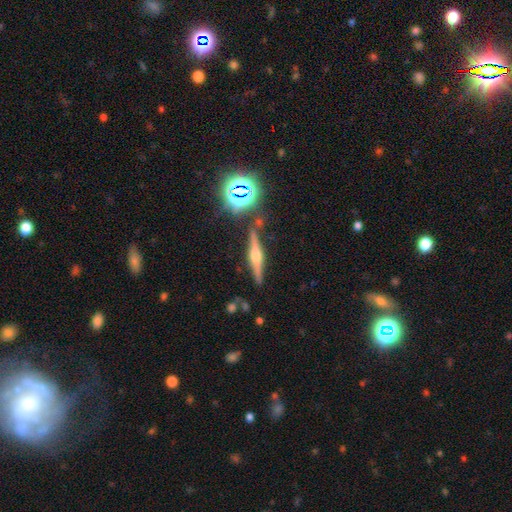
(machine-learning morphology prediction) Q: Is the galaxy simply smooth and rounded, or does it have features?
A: featured or disk — 72%.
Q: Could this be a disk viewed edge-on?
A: yes — 97%.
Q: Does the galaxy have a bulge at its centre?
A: rounded — 93%.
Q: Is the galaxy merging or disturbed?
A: none — 86%.